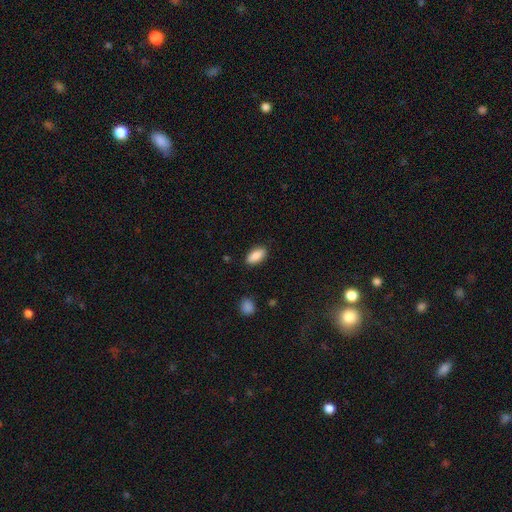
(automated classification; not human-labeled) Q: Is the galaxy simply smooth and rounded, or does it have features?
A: smooth — 88%.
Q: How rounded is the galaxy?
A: in between — 90%.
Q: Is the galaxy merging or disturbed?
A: none — 86%.